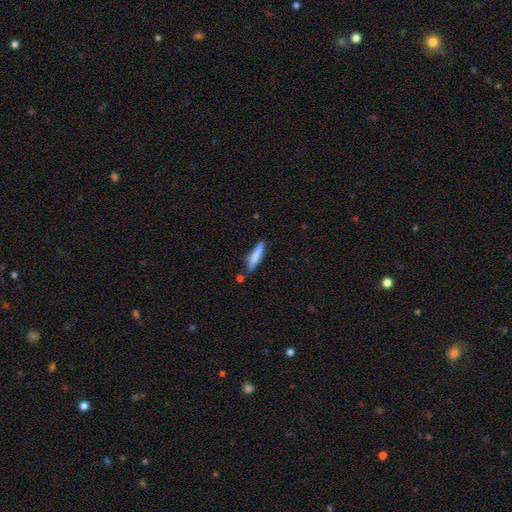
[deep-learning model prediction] smooth_or_featured: smooth (p=0.75) [alt: featured or disk p=0.20]
how_rounded: cigar-shaped (p=0.85) [alt: in between p=0.13]
merging: none (p=0.75) [alt: minor disturbance p=0.15]